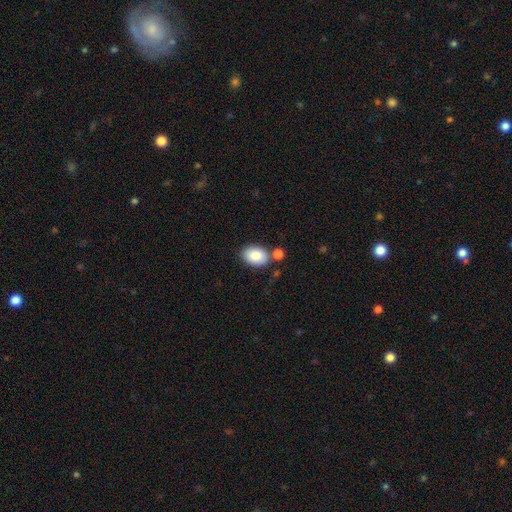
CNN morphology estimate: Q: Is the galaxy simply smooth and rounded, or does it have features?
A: smooth — 86%.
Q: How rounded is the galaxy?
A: in between — 83%.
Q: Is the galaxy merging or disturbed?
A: none — 72%.